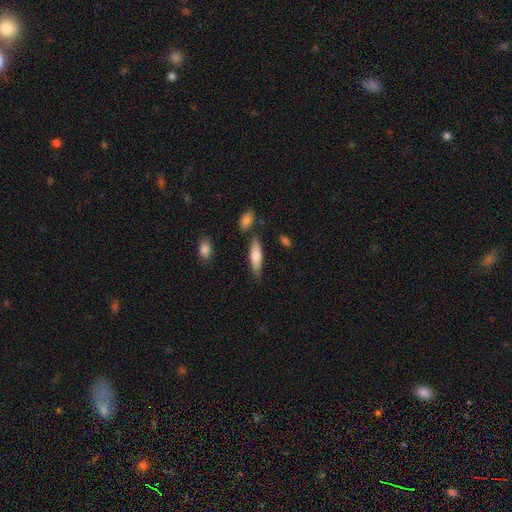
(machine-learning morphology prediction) Overall: smooth (76%). How rounded: cigar-shaped (54%; in between 44%). Merging: none (78%).